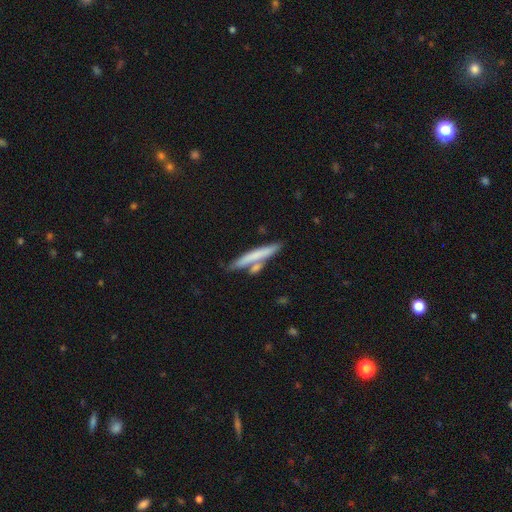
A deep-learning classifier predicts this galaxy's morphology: smooth-or-featured: smooth: 65% | featured or disk: 29% | star or artifact: 6%
  how-rounded: cigar-shaped: 93% | in between: 5% | round: 2%
  merging: none: 68% | merger: 17% | minor disturbance: 12% | major disturbance: 3%